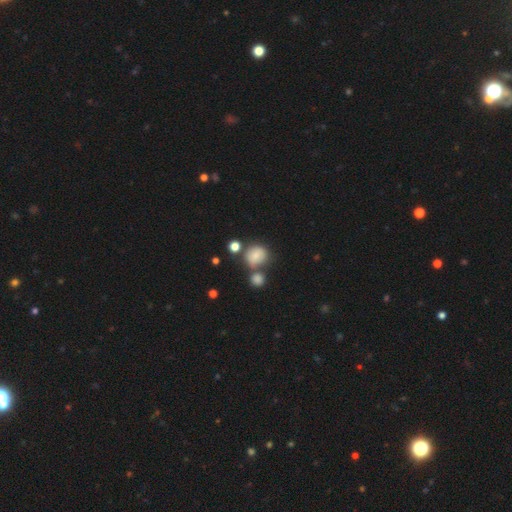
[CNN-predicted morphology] smooth_or_featured: smooth (p=0.78) [alt: star or artifact p=0.12]
how_rounded: round (p=0.72) [alt: in between p=0.27]
merging: none (p=0.50) [alt: merger p=0.29]